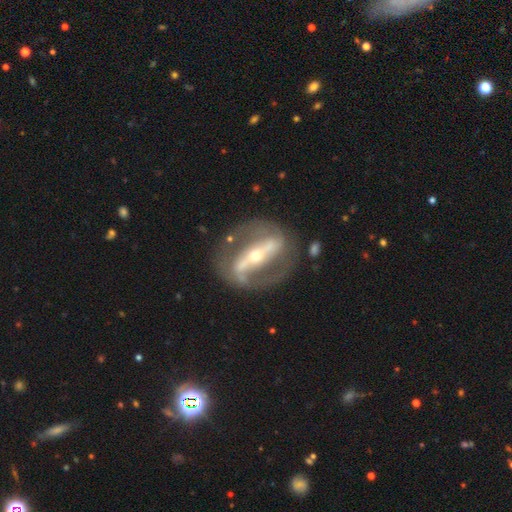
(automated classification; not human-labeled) smooth-or-featured: featured or disk: 86% | smooth: 9% | star or artifact: 5%
  disk-edge-on: no: 84% | yes: 16%
    bar: strong: 80% | weak: 11% | no: 9%
    has-spiral-arms: yes: 69% | no: 31%
    bulge-size: small: 60% | moderate: 35% | large: 2% | dominant: 1% | none: 1%
  merging: none: 75% | minor disturbance: 13% | major disturbance: 9% | merger: 3%